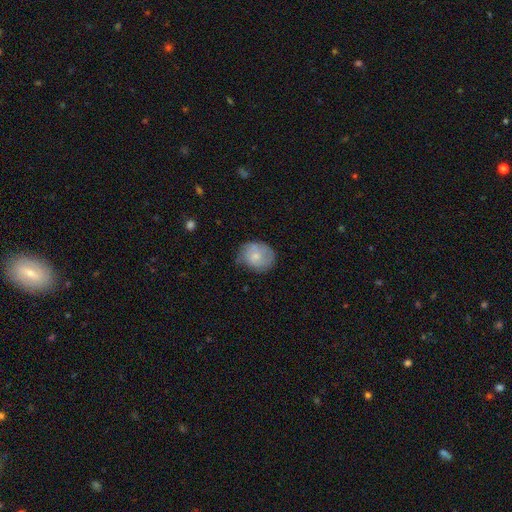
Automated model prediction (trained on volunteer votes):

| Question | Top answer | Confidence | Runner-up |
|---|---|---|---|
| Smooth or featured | smooth | 65% | featured or disk (28%) |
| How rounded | round | 56% | in between (43%) |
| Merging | none | 58% | minor disturbance (31%) |